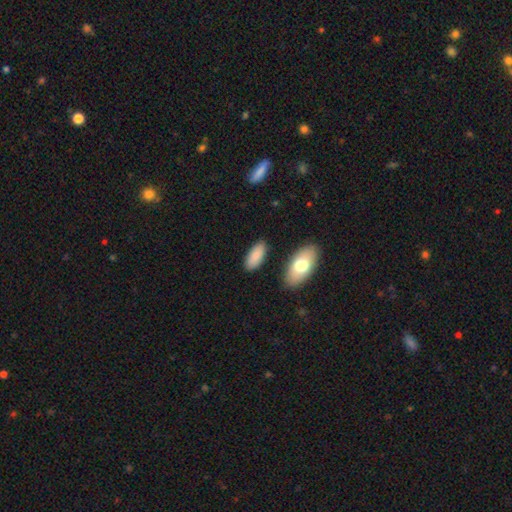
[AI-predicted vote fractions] The model was most divided on "how rounded": in between: 85%, cigar-shaped: 13%, round: 2%. More confident: smooth or featured — smooth (86%); merging — none (83%).